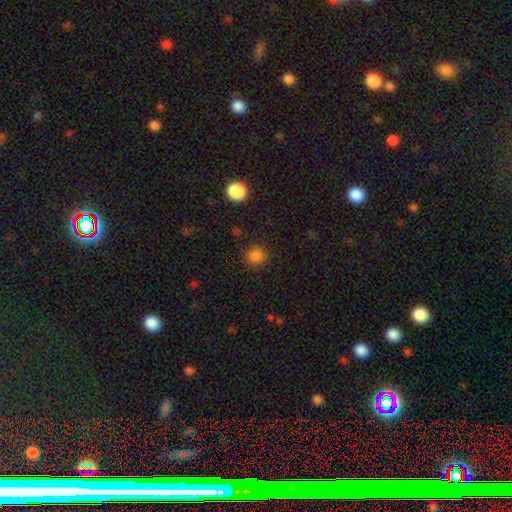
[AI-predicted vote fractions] Smooth or featured: smooth — 83% (star or artifact — 13%)
How rounded: round — 91% (in between — 8%)
Merging: none — 88% (minor disturbance — 7%)